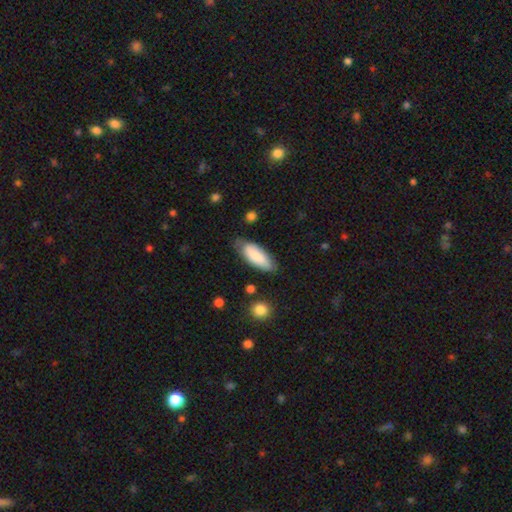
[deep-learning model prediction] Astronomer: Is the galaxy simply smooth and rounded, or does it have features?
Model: smooth — 79%.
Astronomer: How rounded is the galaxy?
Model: in between — 75%.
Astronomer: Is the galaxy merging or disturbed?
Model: none — 73%.